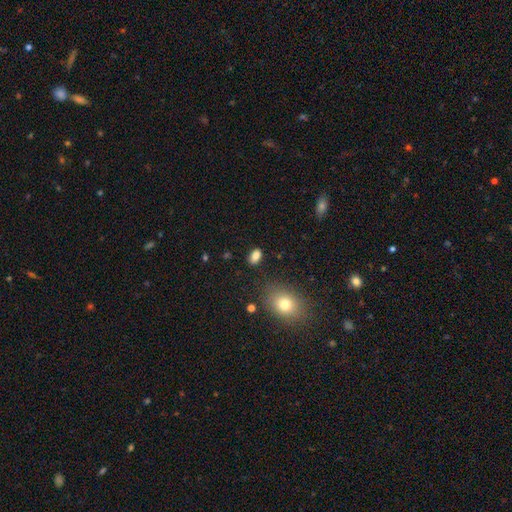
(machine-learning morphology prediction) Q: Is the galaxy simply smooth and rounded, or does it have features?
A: smooth — 83%.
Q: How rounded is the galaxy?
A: in between — 85%.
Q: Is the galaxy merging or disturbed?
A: none — 83%.